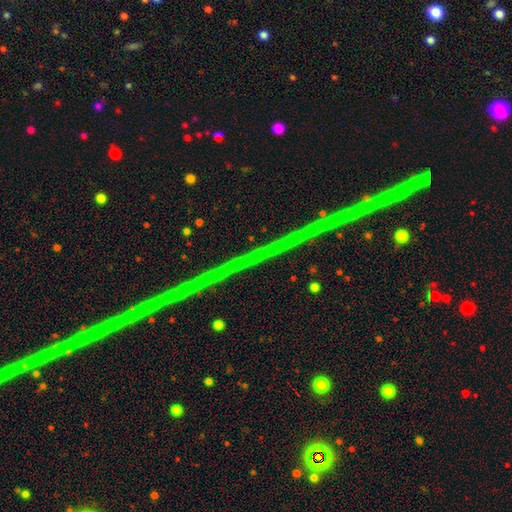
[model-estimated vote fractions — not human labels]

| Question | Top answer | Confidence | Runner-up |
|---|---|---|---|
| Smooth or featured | star or artifact | 75% | featured or disk (16%) |